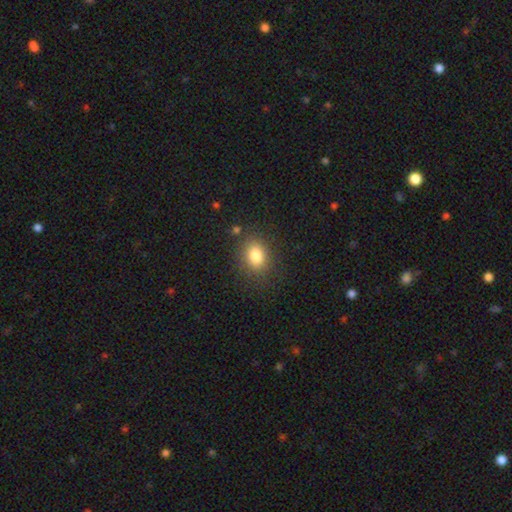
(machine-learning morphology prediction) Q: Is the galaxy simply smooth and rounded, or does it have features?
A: smooth — 82%.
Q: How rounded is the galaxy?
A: in between — 61%.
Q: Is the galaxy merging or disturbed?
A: none — 83%.